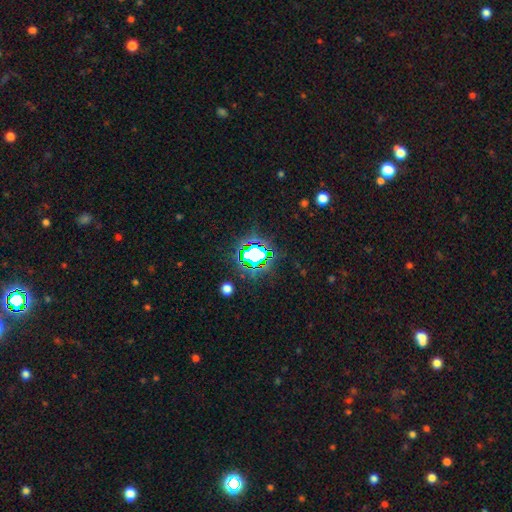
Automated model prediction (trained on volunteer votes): smooth_or_featured: star or artifact (p=0.69) [alt: smooth p=0.18]